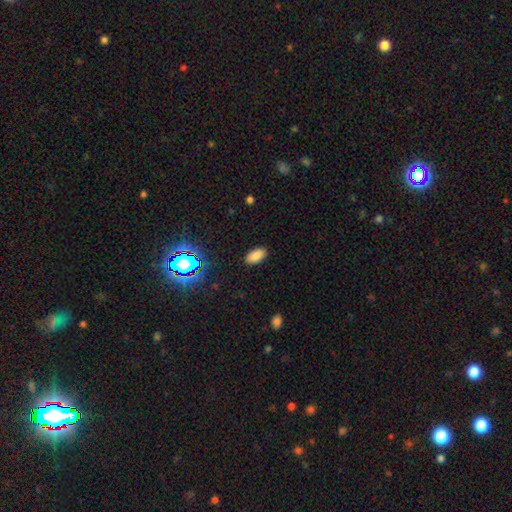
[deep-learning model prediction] The model was most divided on "smooth or featured": smooth: 83%, star or artifact: 12%, featured or disk: 5%. More confident: how rounded — in between (92%); merging — none (88%).